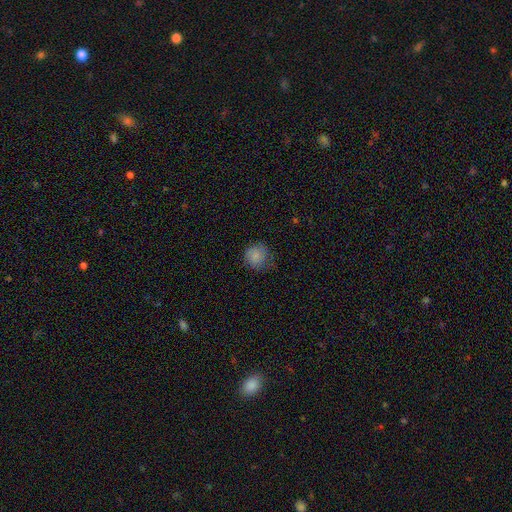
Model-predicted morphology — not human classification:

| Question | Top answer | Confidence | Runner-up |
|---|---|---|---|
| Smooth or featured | smooth | 75% | featured or disk (17%) |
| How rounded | round | 87% | in between (12%) |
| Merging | none | 66% | minor disturbance (25%) |